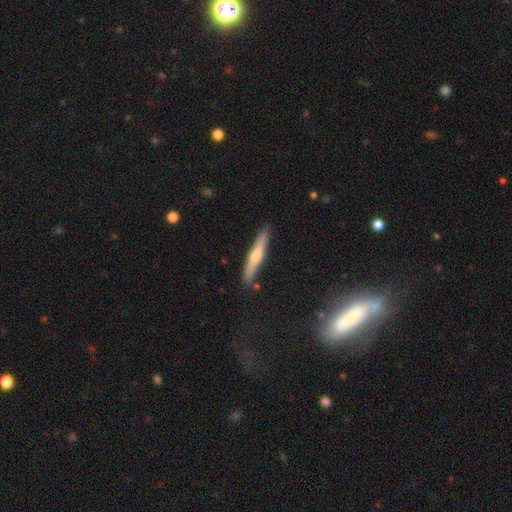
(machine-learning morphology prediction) Smooth or featured? smooth (54%)
How rounded? cigar-shaped (92%)
Merging? none (86%)